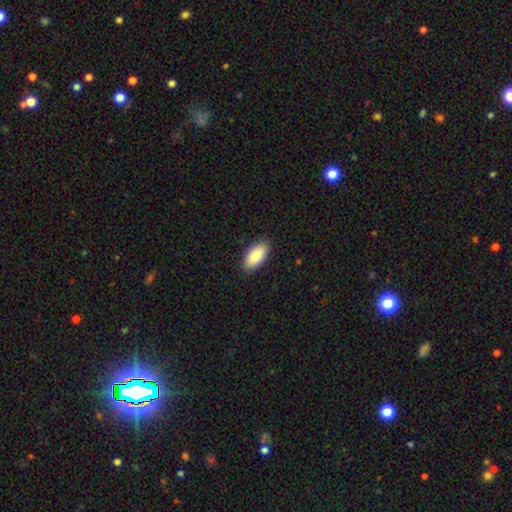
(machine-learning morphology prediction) Smooth or featured? Predicted: smooth (p=0.88). How rounded? Predicted: in between (p=0.93). Merging? Predicted: none (p=0.89).